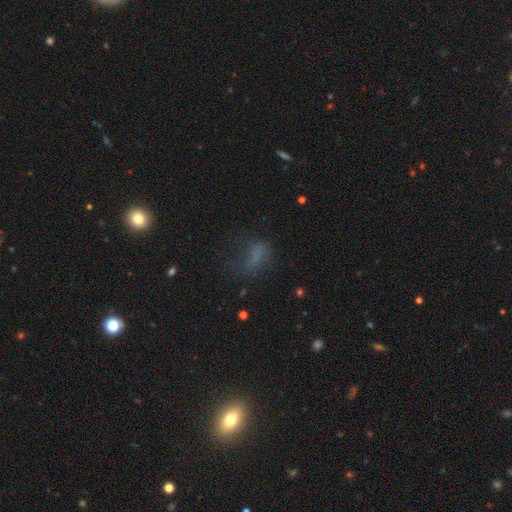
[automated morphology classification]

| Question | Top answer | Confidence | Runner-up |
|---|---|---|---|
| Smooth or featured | smooth | 61% | star or artifact (22%) |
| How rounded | in between | 65% | cigar-shaped (25%) |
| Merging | none | 46% | major disturbance (28%) |